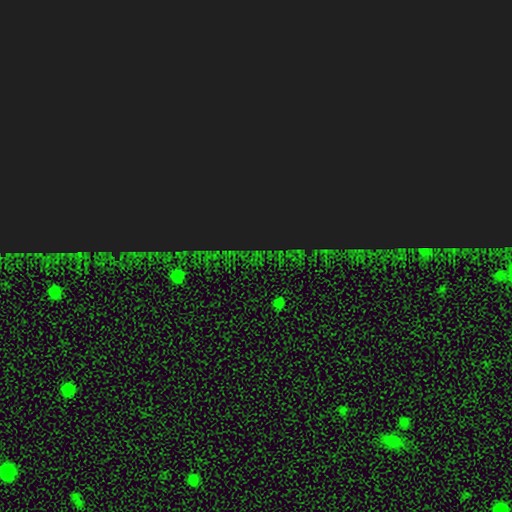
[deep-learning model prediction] A star or artifact, not a galaxy (84%).